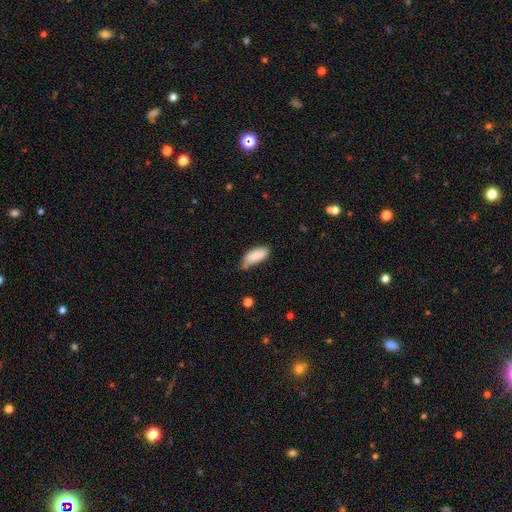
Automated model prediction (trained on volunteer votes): smooth_or_featured: smooth (p=0.85) [alt: featured or disk p=0.08]
how_rounded: in between (p=0.85) [alt: cigar-shaped p=0.13]
merging: none (p=0.45) [alt: minor disturbance p=0.42]